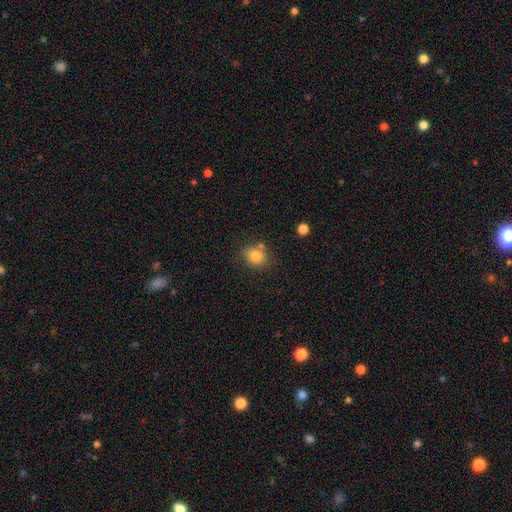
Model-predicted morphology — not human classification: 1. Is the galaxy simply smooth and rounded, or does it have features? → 81% smooth, 11% star or artifact, 8% featured or disk.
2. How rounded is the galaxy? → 61% round, 38% in between, 1% cigar-shaped.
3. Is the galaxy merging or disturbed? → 72% none, 14% minor disturbance, 11% merger, 4% major disturbance.